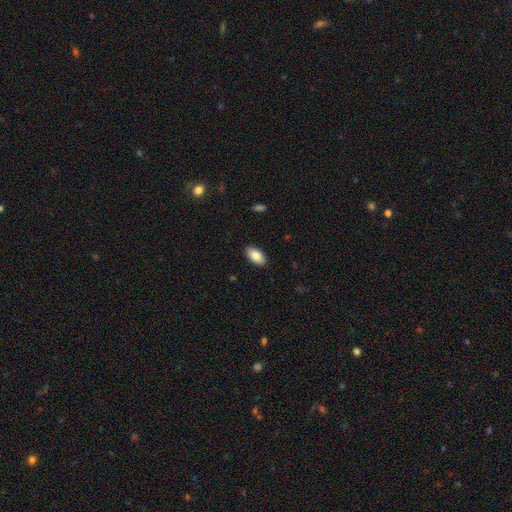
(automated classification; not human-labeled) Overall: smooth (87%). How rounded: in between (95%). Merging: none (89%).